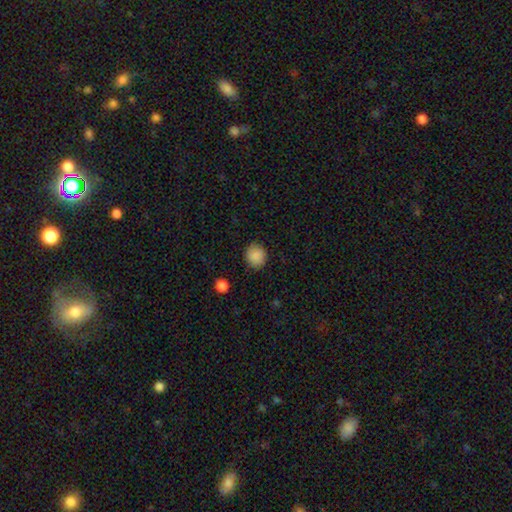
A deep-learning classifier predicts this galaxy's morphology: Smooth or featured? smooth (88%)
How rounded? round (87%)
Merging? none (88%)